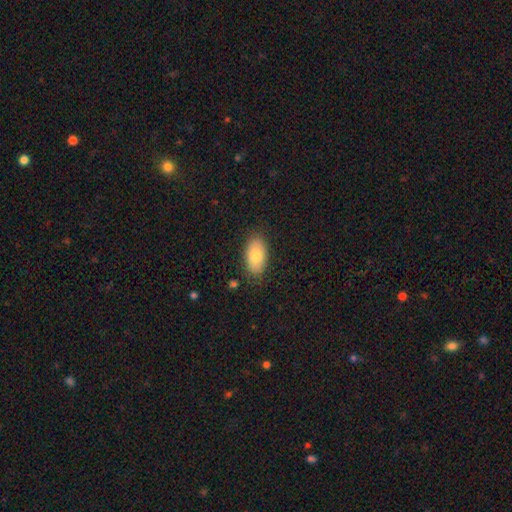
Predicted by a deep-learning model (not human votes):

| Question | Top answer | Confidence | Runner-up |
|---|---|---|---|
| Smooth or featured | smooth | 77% | featured or disk (16%) |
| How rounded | in between | 93% | round (5%) |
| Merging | none | 83% | minor disturbance (13%) |